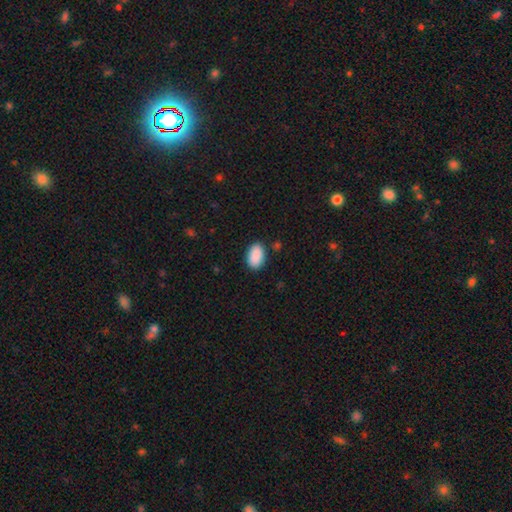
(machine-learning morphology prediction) Smooth or featured? Predicted: smooth (p=0.91). How rounded? Predicted: in between (p=0.93). Merging? Predicted: none (p=0.87).